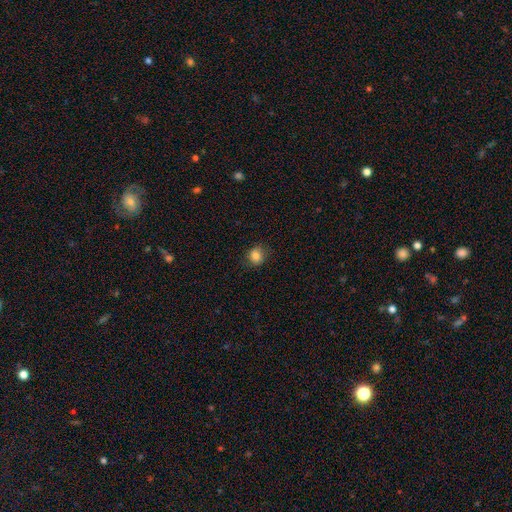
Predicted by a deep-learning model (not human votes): Smooth or featured?
  - smooth: 83% *
  - star or artifact: 11%
  - featured or disk: 7%
How rounded?
  - round: 76% *
  - in between: 23%
  - cigar-shaped: 1%
Merging?
  - none: 83% *
  - minor disturbance: 13%
  - major disturbance: 3%
  - merger: 1%